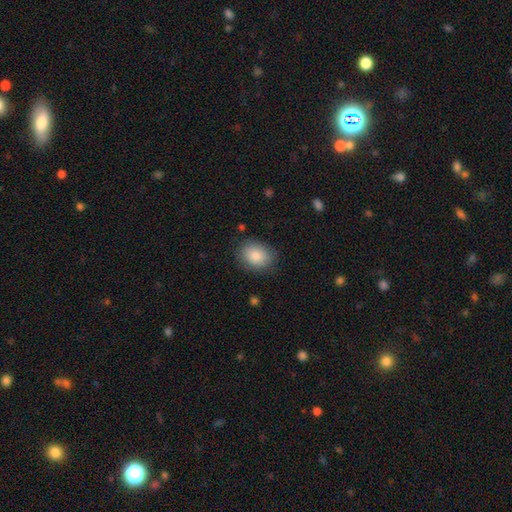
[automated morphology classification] A smooth galaxy with no disk features (86%) that is in between round and cigar-shaped (65%).

Vote fractions:
- Smooth or featured? smooth: 86% / featured or disk: 7% / star or artifact: 7%
- How rounded? in between: 65% / round: 34% / cigar-shaped: 1%
- Merging? none: 81% / minor disturbance: 14% / major disturbance: 4% / merger: 1%